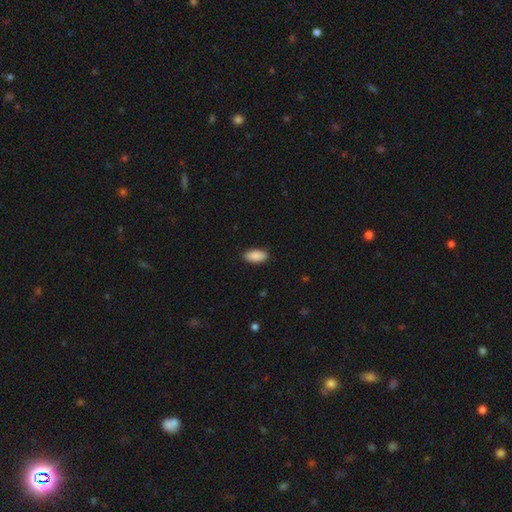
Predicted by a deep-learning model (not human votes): smooth 90%, star or artifact 6%, featured or disk 4%. Down the decision tree: how rounded — in between (92%); merging — none (88%).